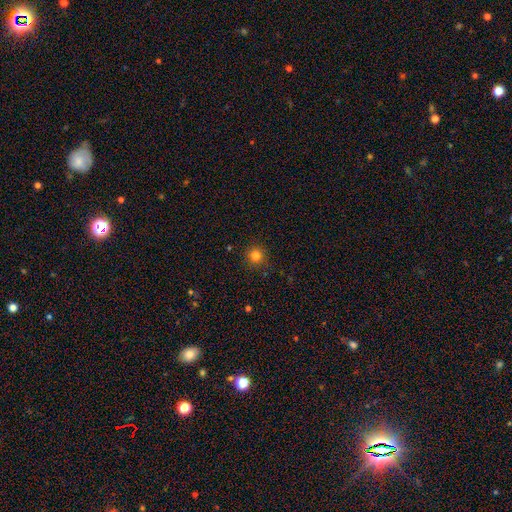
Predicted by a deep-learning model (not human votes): The model was most divided on "smooth or featured": smooth: 80%, star or artifact: 14%, featured or disk: 5%. More confident: how rounded — round (94%); merging — none (88%).